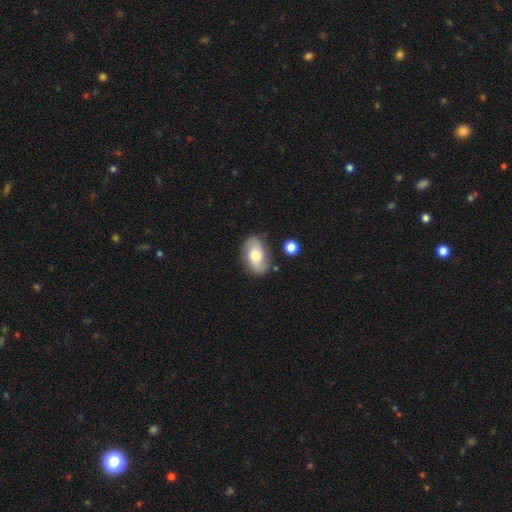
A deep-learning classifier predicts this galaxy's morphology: The model was most divided on "smooth or featured": smooth: 55%, featured or disk: 38%, star or artifact: 7%. More confident: how rounded — in between (90%); merging — none (73%).